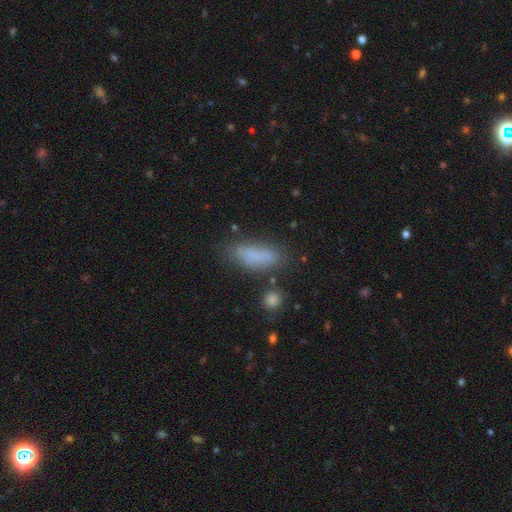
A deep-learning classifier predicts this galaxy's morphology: smooth_or_featured: smooth (p=0.78) [alt: featured or disk p=0.12]
how_rounded: in between (p=0.54) [alt: cigar-shaped p=0.43]
merging: none (p=0.70) [alt: minor disturbance p=0.19]